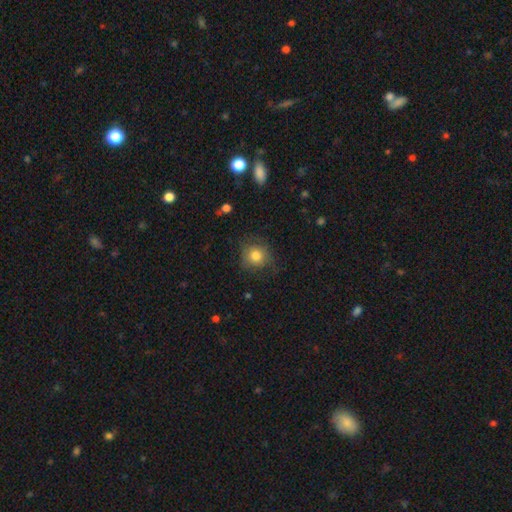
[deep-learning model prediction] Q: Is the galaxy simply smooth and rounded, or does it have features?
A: smooth — 78%.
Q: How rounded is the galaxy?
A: round — 88%.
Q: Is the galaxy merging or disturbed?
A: none — 72%.